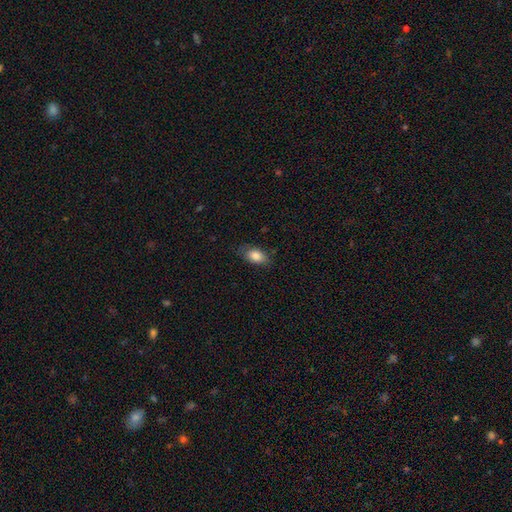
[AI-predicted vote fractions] The model was most divided on "merging": none: 76%, minor disturbance: 19%, major disturbance: 4%, merger: 1%. More confident: how rounded — in between (89%); smooth or featured — smooth (84%).